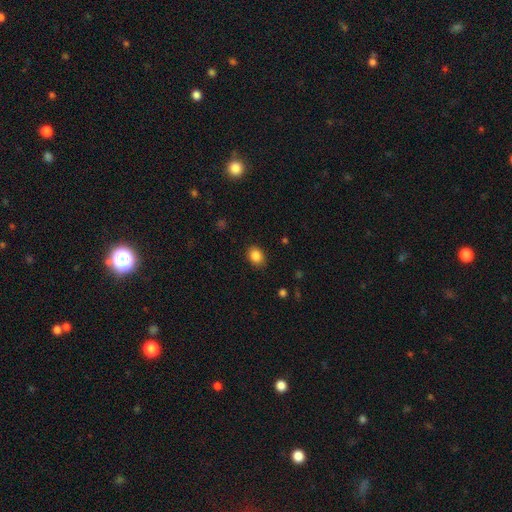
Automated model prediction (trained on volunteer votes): smooth 86%, star or artifact 9%, featured or disk 4%. Down the decision tree: how rounded — in between (58%); merging — none (87%).